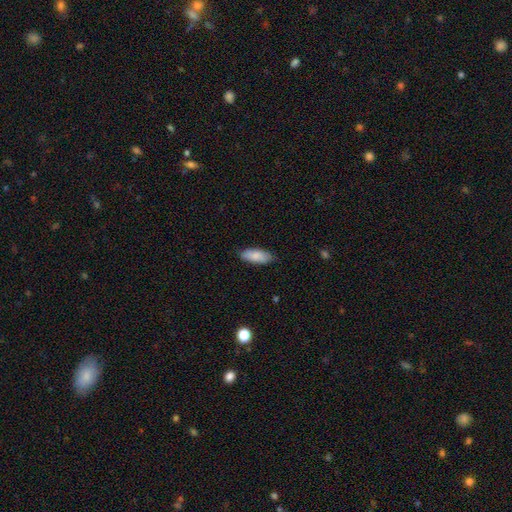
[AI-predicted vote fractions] Q: Smooth or featured?
A: smooth (84%); runner-up: featured or disk (10%)
Q: How rounded?
A: in between (81%); runner-up: cigar-shaped (17%)
Q: Merging?
A: none (83%); runner-up: minor disturbance (14%)